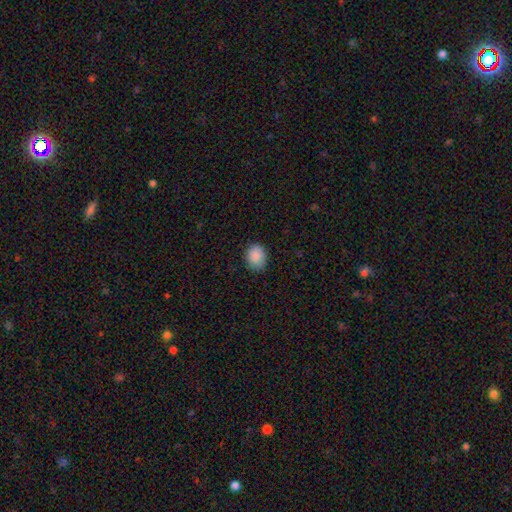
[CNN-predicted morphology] This is clearly a smooth galaxy (89%). How rounded: possibly round (52%). Merging: clearly none (83%).